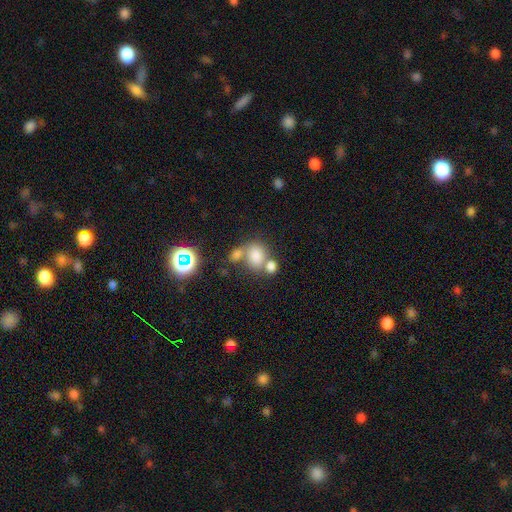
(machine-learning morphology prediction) smooth_or_featured: smooth (p=0.76) [alt: star or artifact p=0.14]
how_rounded: in between (p=0.50) [alt: round p=0.49]
merging: merger (p=0.45) [alt: none p=0.38]